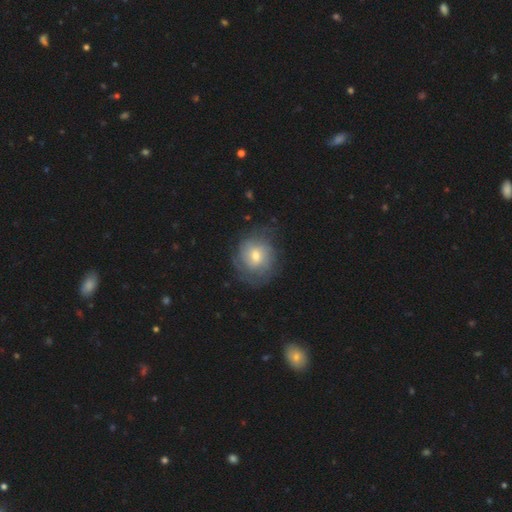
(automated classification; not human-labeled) A featured or disk galaxy (56%) with no bar (57%), spiral arms (79%) and a moderate central bulge (55%). Merging: none (70%).